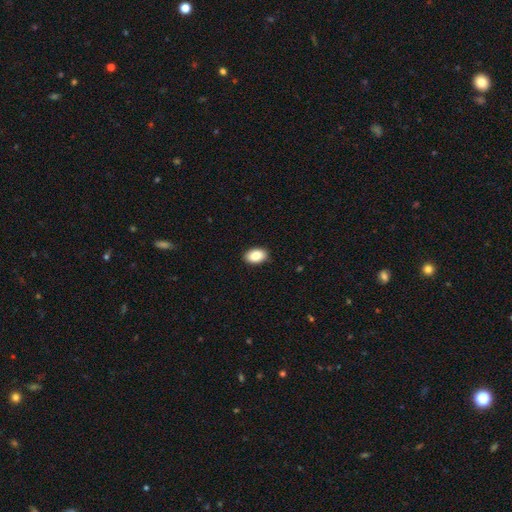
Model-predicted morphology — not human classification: This appears to be a smooth galaxy with no disk features (87%) that is in between round and cigar-shaped (89%). Merging: none (90%).